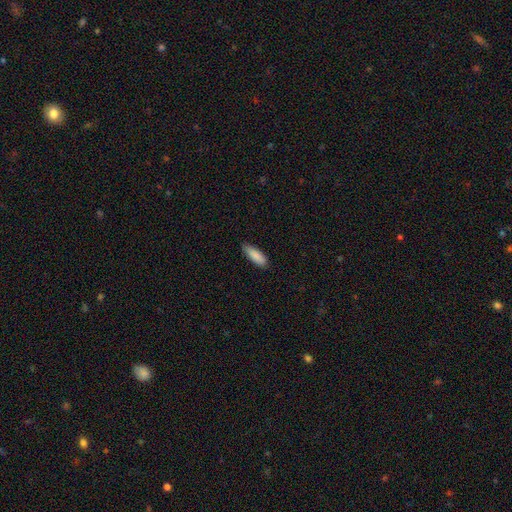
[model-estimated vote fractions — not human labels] The model was most divided on "how rounded": in between: 55%, cigar-shaped: 43%, round: 1%. More confident: smooth or featured — smooth (88%); merging — none (84%).